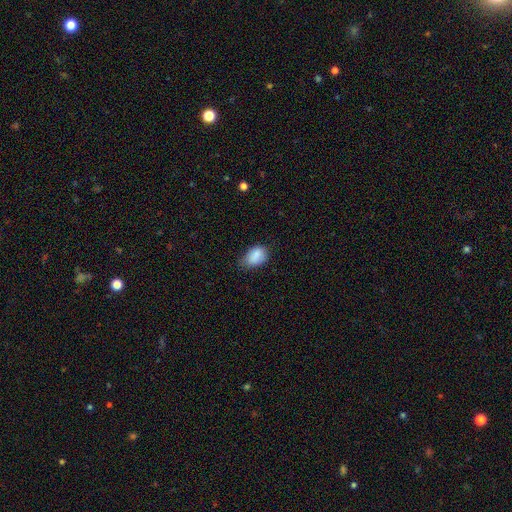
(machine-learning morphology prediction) The model was most divided on "merging": none: 53%, minor disturbance: 37%, major disturbance: 8%, merger: 2%. More confident: smooth or featured — smooth (86%); how rounded — in between (82%).